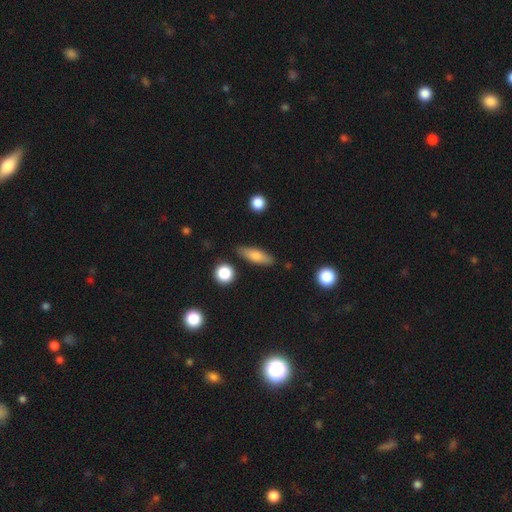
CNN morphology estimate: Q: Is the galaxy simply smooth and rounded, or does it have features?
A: smooth — 72%.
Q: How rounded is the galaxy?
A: in between — 49%.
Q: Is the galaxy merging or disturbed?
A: none — 82%.